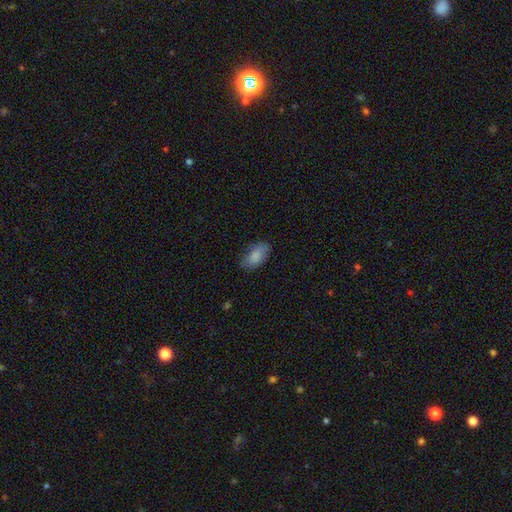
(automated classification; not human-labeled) A smooth galaxy with no disk features (85%) that is in between round and cigar-shaped (92%).

Vote fractions:
- Smooth or featured? smooth: 85% / featured or disk: 8% / star or artifact: 7%
- How rounded? in between: 92% / cigar-shaped: 5% / round: 3%
- Merging? none: 77% / minor disturbance: 18% / major disturbance: 4% / merger: 1%